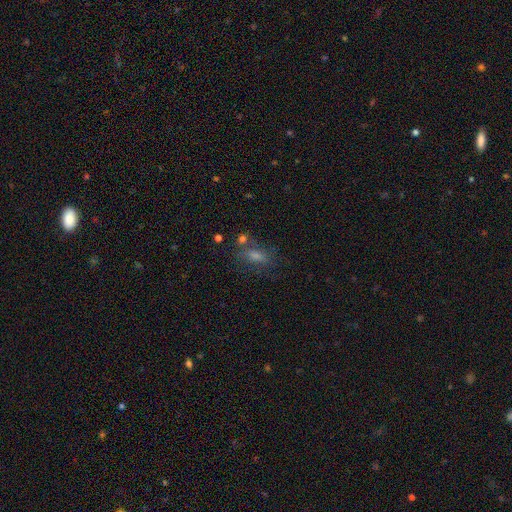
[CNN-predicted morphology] Smooth or featured? smooth (49%)
Merging? none (65%)